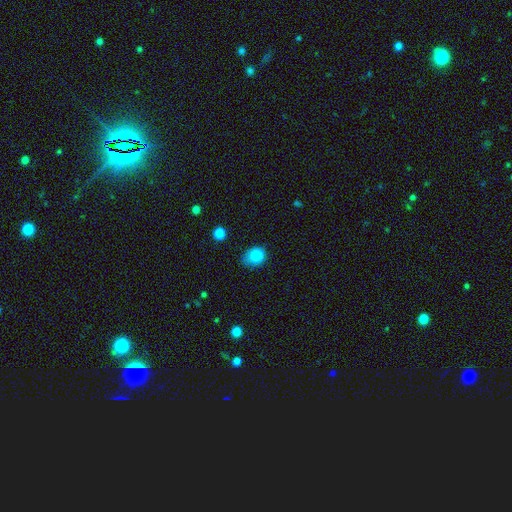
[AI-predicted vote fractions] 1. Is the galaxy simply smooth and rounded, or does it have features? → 85% smooth, 9% star or artifact, 6% featured or disk.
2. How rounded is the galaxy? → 52% round, 47% in between, 1% cigar-shaped.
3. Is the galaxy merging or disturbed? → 60% none, 32% minor disturbance, 6% major disturbance, 2% merger.